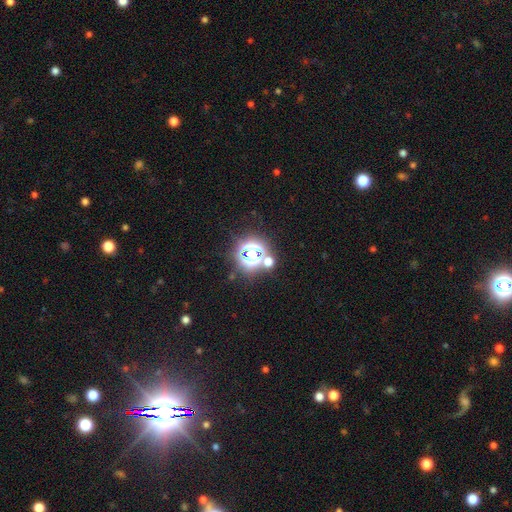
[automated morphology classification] A star or artifact, not a galaxy (51%).